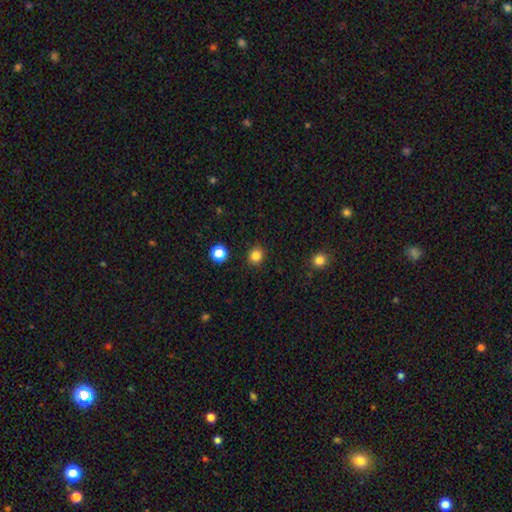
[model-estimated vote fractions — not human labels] Overall: smooth (84%). How rounded: round (88%). Merging: none (91%).